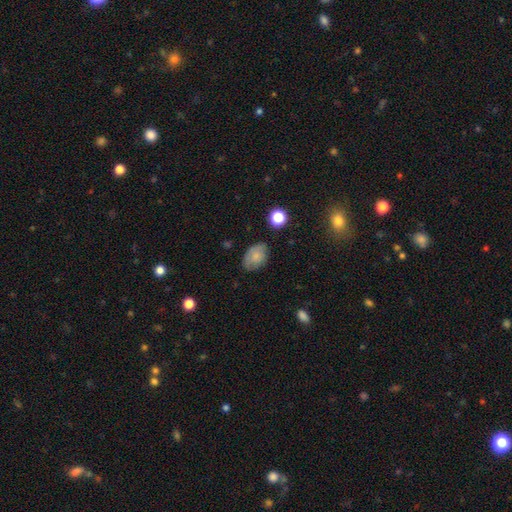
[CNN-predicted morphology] A smooth galaxy with no disk features (71%) that is in between round and cigar-shaped (81%).

Vote fractions:
- Smooth or featured? smooth: 71% / featured or disk: 20% / star or artifact: 9%
- How rounded? in between: 81% / round: 18% / cigar-shaped: 1%
- Merging? none: 70% / minor disturbance: 23% / major disturbance: 5% / merger: 2%